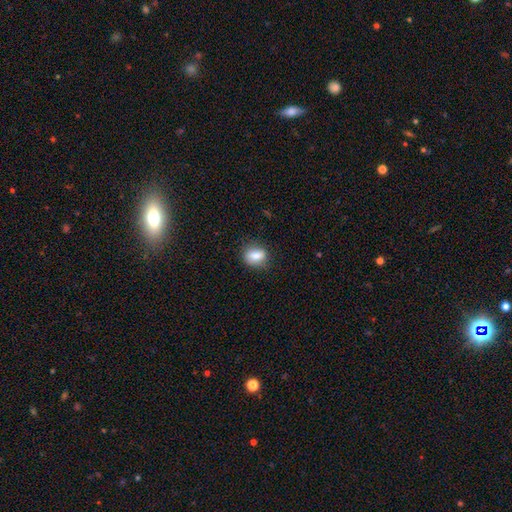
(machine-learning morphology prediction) Smooth or featured: smooth — 82% (featured or disk — 10%)
How rounded: in between — 63% (round — 35%)
Merging: none — 80% (minor disturbance — 16%)